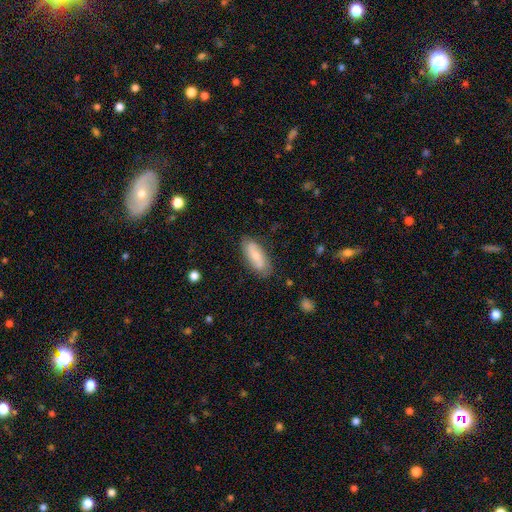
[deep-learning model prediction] Smooth or featured? Predicted: smooth (p=0.57). How rounded? Predicted: in between (p=0.72). Merging? Predicted: none (p=0.81).